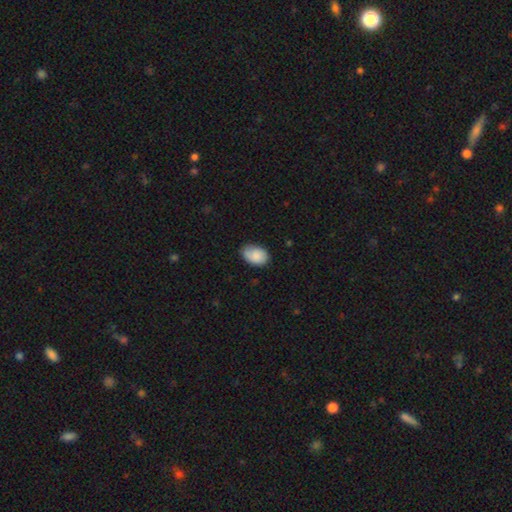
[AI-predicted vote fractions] This is clearly a smooth galaxy (85%). How rounded: clearly in between (87%). Merging: likely none (69%).